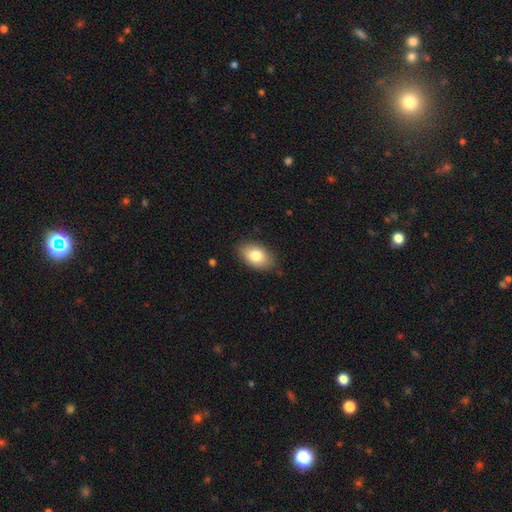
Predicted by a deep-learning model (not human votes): Smooth or featured? Predicted: smooth (p=0.81). How rounded? Predicted: in between (p=0.91). Merging? Predicted: none (p=0.83).